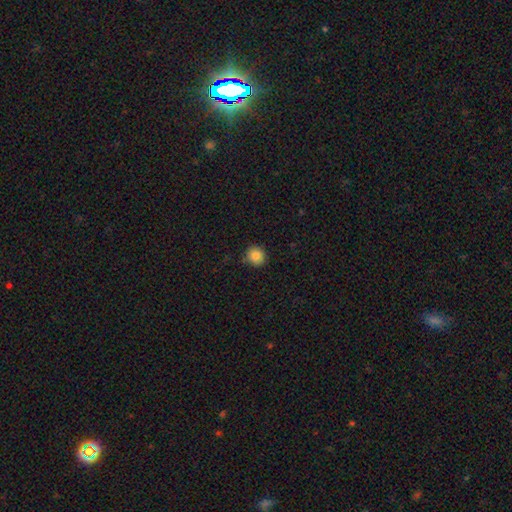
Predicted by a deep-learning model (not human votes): smooth 85%, star or artifact 10%, featured or disk 5%. Down the decision tree: how rounded — round (91%); merging — none (86%).